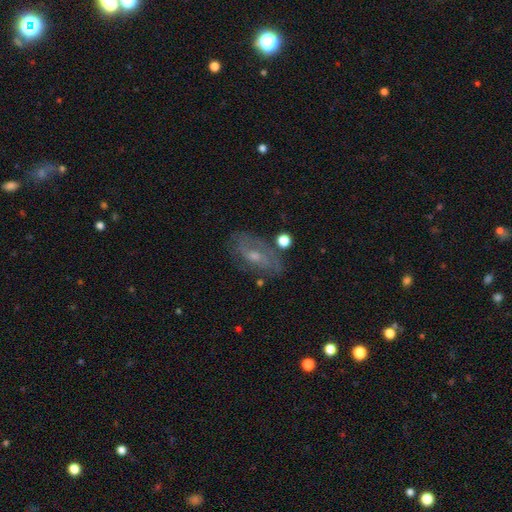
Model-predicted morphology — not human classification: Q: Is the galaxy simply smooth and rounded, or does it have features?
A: featured or disk — 60%.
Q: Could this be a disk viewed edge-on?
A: no — 89%.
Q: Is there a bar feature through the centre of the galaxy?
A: no — 49%.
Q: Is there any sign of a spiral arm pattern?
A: yes — 66%.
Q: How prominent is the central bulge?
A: small — 51%.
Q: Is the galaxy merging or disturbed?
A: none — 66%.